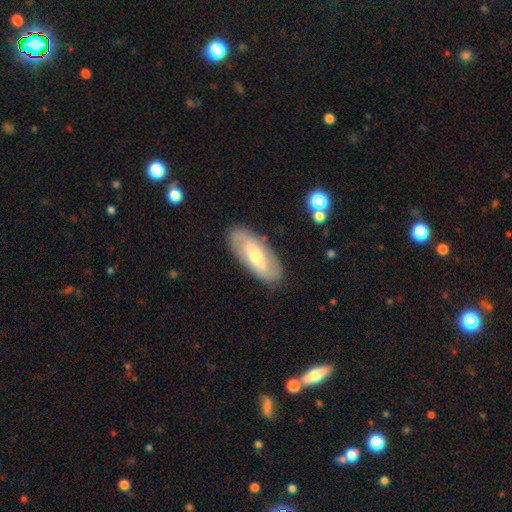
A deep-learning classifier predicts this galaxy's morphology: A featured or disk galaxy (60%) with a weak bar (39%), spiral arms (70%) and a moderate central bulge (51%). Merging: none (83%).